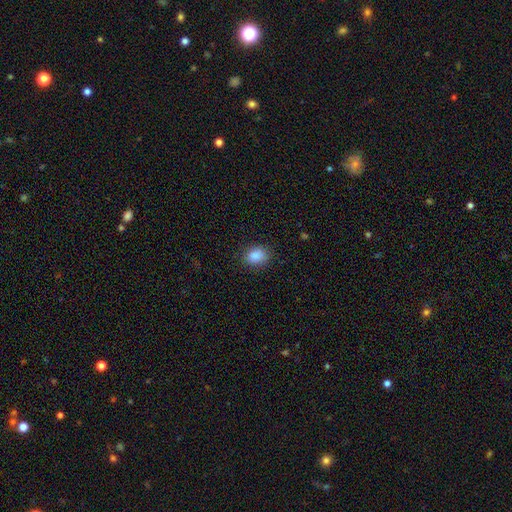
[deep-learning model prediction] Overall: smooth (87%). How rounded: in between (58%; round 41%). Merging: none (85%).